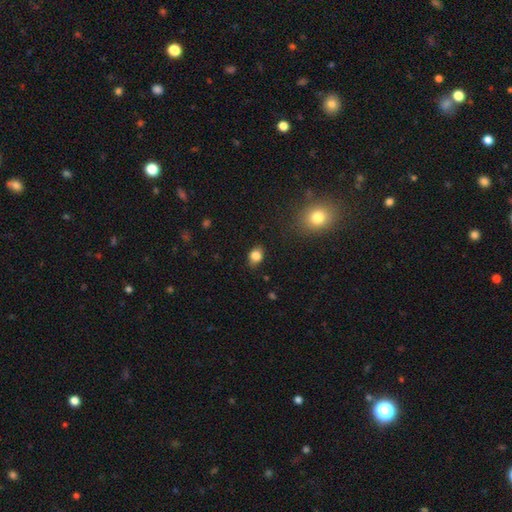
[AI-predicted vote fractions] Smooth or featured? Predicted: smooth (p=0.83). How rounded? Predicted: in between (p=0.58). Merging? Predicted: none (p=0.80).